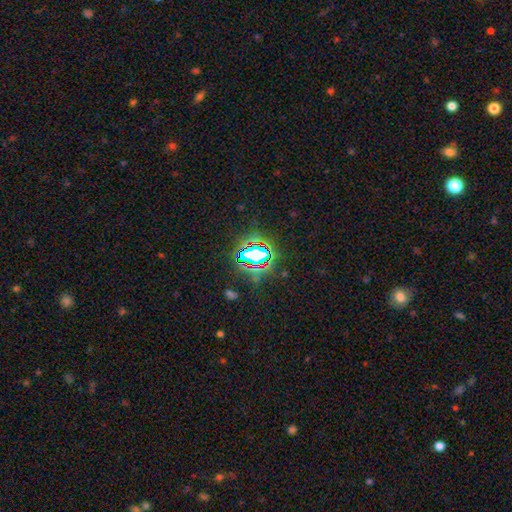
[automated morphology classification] star or artifact 72%, smooth 17%, featured or disk 11%.